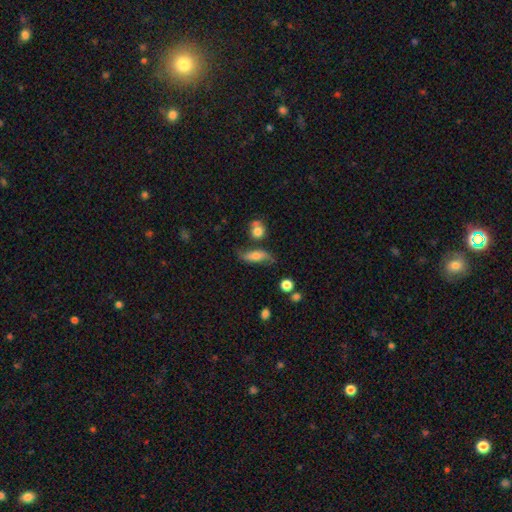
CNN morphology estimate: Overall: smooth (48%; featured or disk 43%). Merging: none (58%; minor disturbance 24%).